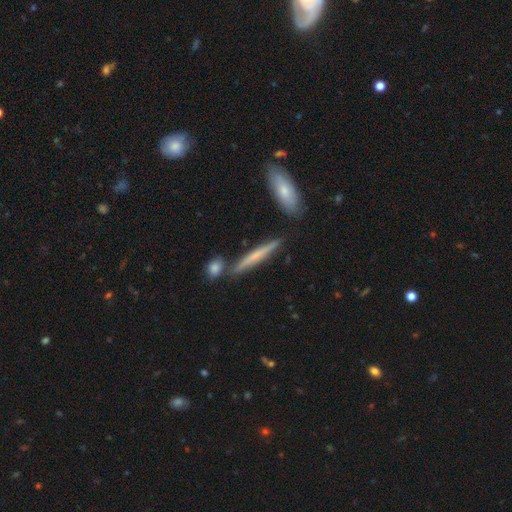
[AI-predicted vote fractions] Smooth or featured: smooth — 47% (featured or disk — 46%)
Merging: none — 80% (minor disturbance — 10%)